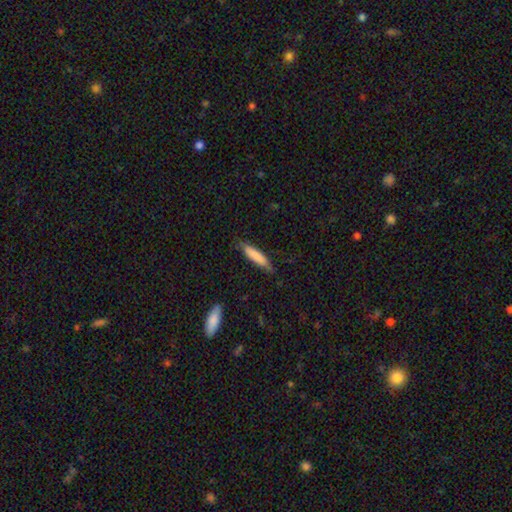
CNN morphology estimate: Q: Smooth or featured?
A: smooth (81%); runner-up: featured or disk (13%)
Q: How rounded?
A: cigar-shaped (82%); runner-up: in between (17%)
Q: Merging?
A: none (78%); runner-up: minor disturbance (18%)